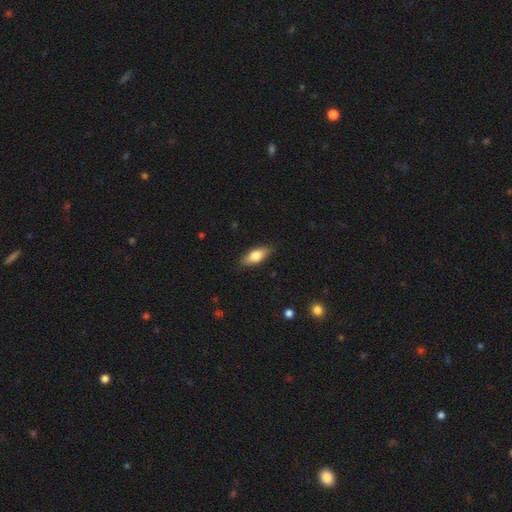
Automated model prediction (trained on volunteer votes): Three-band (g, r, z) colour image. It shows a smooth galaxy with no disk features (75%) that is in between round and cigar-shaped (77%). Merging: none (87%).